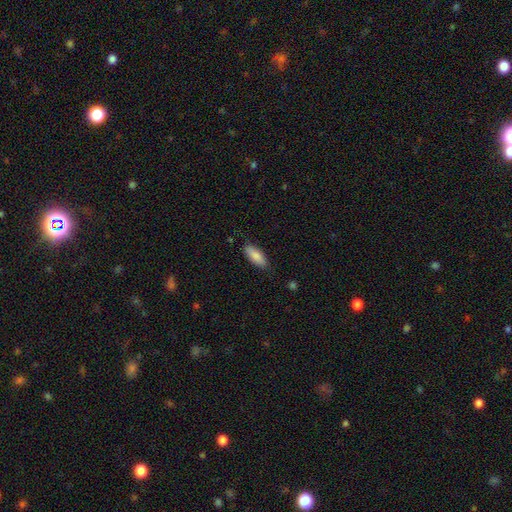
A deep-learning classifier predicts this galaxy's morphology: This appears to be a smooth galaxy with no disk features (87%) that is in between round and cigar-shaped (74%). Merging: none (81%).